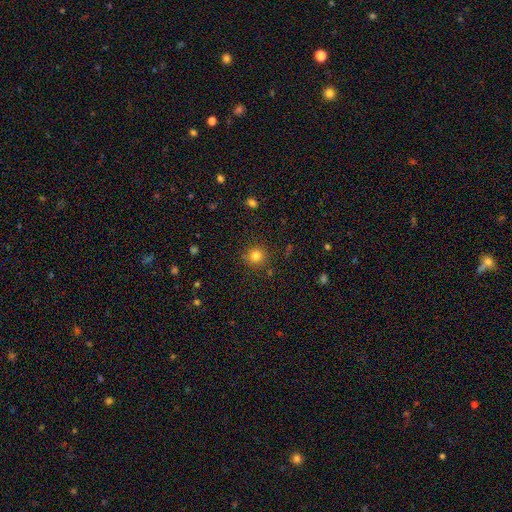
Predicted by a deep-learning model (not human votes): Smooth or featured? Predicted: smooth (p=0.81). How rounded? Predicted: round (p=0.93). Merging? Predicted: none (p=0.87).